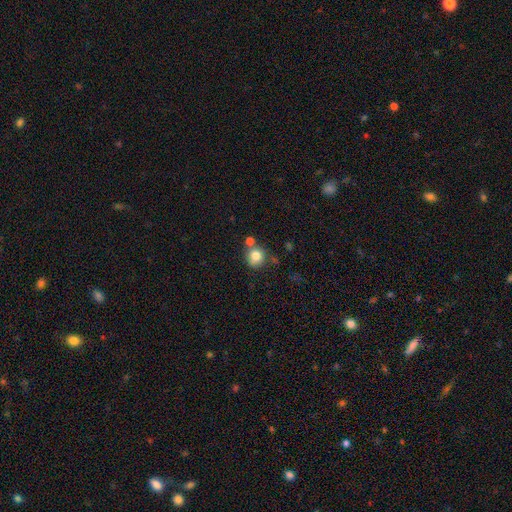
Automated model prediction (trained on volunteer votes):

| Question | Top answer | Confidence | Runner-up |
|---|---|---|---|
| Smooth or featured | smooth | 82% | star or artifact (10%) |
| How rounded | round | 87% | in between (12%) |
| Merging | none | 64% | merger (20%) |